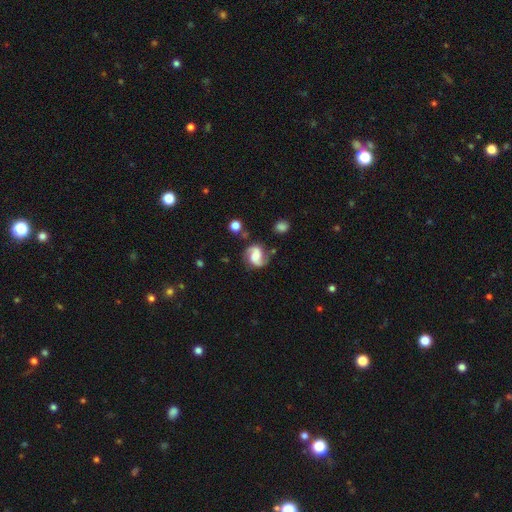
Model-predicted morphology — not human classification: This is clearly a featured or disk galaxy (81%). It is clearly not viewed edge-on (98%). Bar: marginally weak (42%). Spiral arm pattern: clearly yes (96%). Spiral arm count: clearly 2 (92%). Spiral winding: marginally medium (44%). Central bulge: marginally moderate (42%). Merging: likely none (73%).